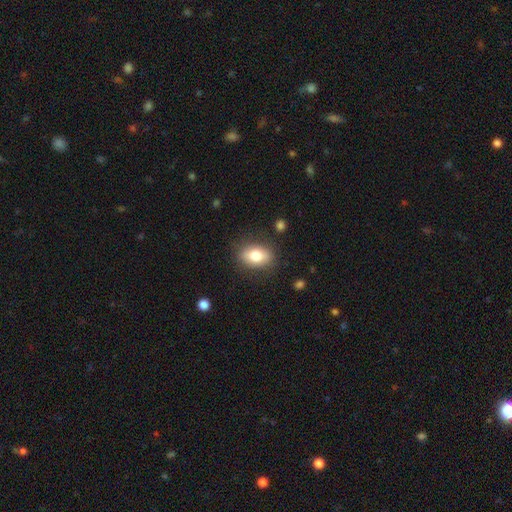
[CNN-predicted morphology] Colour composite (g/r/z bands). It shows a smooth galaxy with no disk features (77%) that is in between round and cigar-shaped (80%). Merging: none (83%).